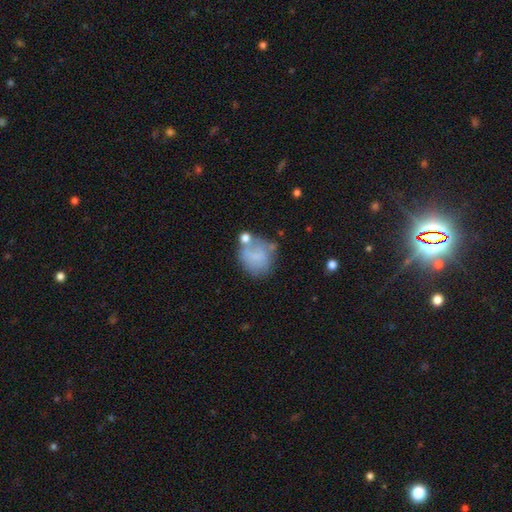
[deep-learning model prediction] Smooth or featured?
  - smooth: 64% *
  - featured or disk: 25%
  - star or artifact: 10%
How rounded?
  - round: 70% *
  - in between: 29%
  - cigar-shaped: 1%
Merging?
  - none: 42% *
  - minor disturbance: 24%
  - merger: 18%
  - major disturbance: 17%